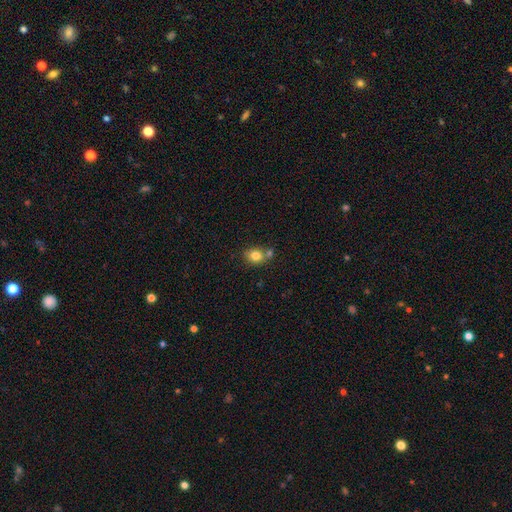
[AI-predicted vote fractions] Overall: smooth (81%). How rounded: round (61%; in between 38%). Merging: none (59%; merger 25%).